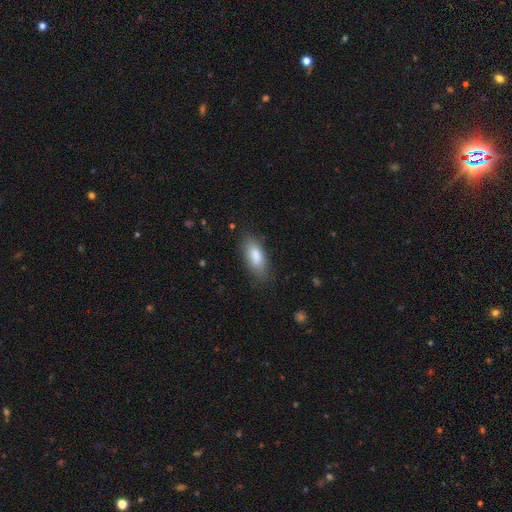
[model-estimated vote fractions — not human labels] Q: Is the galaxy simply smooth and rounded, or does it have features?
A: smooth — 84%.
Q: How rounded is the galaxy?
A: in between — 81%.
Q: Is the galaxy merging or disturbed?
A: none — 77%.